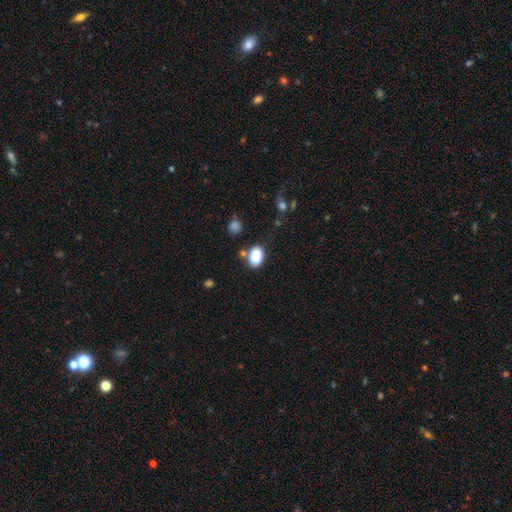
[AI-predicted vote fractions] Smooth or featured? Predicted: smooth (p=0.82). How rounded? Predicted: in between (p=0.76). Merging? Predicted: none (p=0.59).